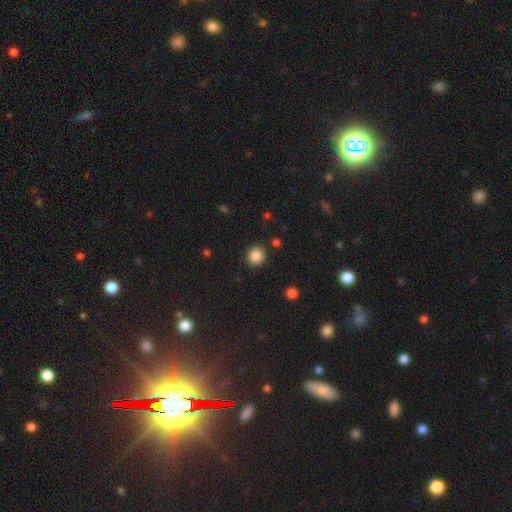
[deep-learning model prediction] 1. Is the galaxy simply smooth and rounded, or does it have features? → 87% smooth, 10% star or artifact, 3% featured or disk.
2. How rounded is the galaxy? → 79% round, 20% in between, 1% cigar-shaped.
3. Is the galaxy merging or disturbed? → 89% none, 7% minor disturbance, 2% major disturbance, 2% merger.